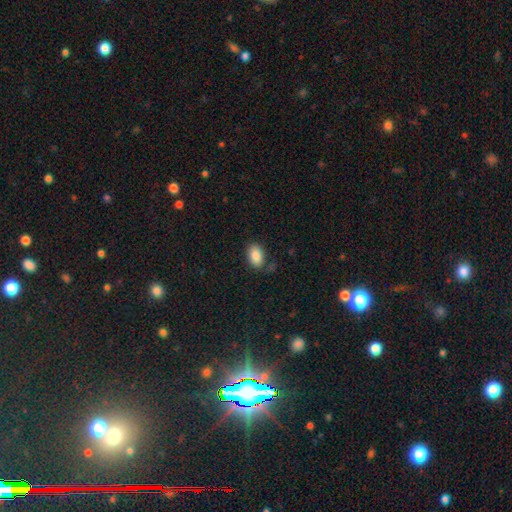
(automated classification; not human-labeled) smooth_or_featured: smooth (p=0.86) [alt: star or artifact p=0.08]
how_rounded: in between (p=0.88) [alt: round p=0.11]
merging: none (p=0.81) [alt: minor disturbance p=0.13]